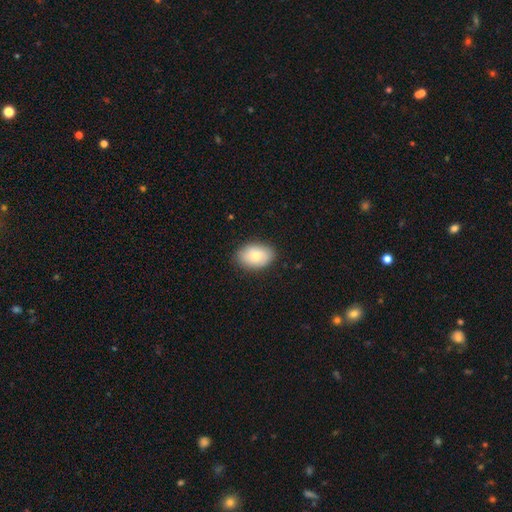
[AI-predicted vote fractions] Smooth or featured? smooth (77%)
How rounded? in between (85%)
Merging? none (85%)